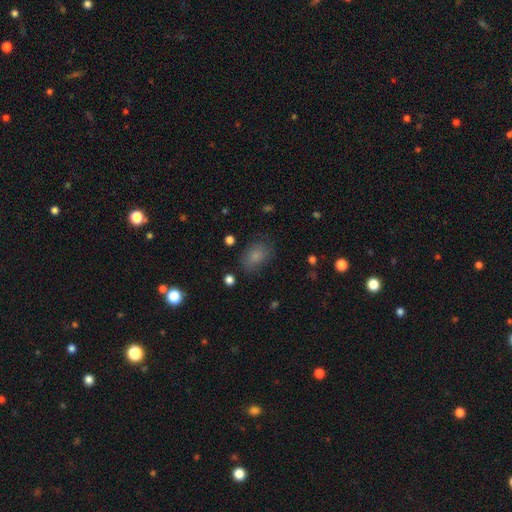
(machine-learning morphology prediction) This is likely a smooth galaxy (79%). How rounded: likely in between (76%). Merging: likely none (70%).